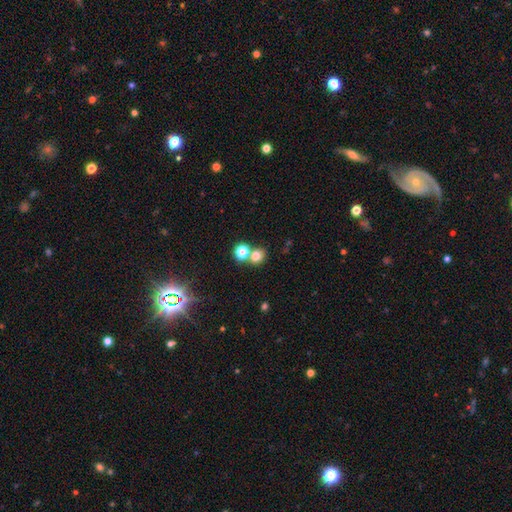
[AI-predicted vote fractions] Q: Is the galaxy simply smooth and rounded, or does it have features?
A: smooth — 74%.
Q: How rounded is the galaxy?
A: round — 72%.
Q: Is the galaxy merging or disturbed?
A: none — 54%.